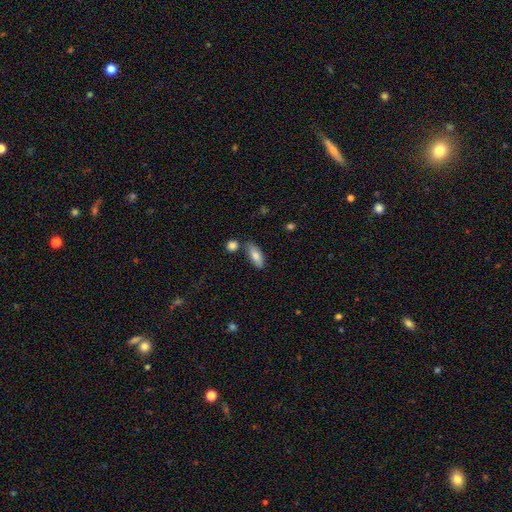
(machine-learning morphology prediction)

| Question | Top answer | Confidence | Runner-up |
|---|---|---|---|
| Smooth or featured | smooth | 80% | featured or disk (14%) |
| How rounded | in between | 74% | cigar-shaped (23%) |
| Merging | none | 74% | minor disturbance (14%) |